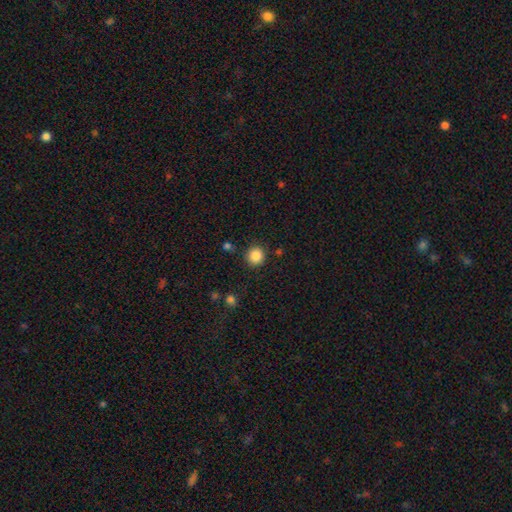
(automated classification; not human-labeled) This is clearly a smooth galaxy (86%). How rounded: clearly round (91%). Merging: clearly none (88%).